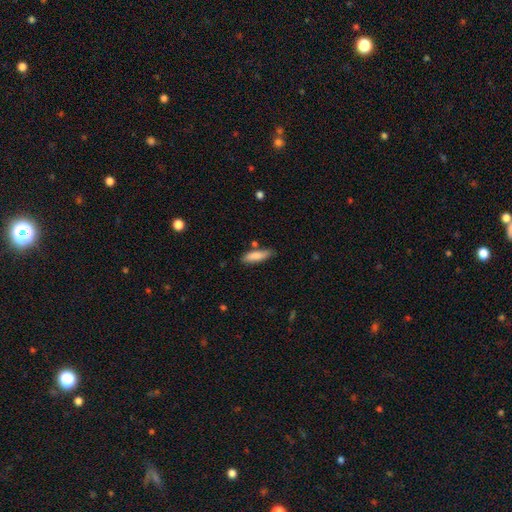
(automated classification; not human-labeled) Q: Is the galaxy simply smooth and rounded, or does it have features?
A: smooth — 84%.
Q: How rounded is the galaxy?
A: cigar-shaped — 54%.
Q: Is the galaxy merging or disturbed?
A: none — 74%.